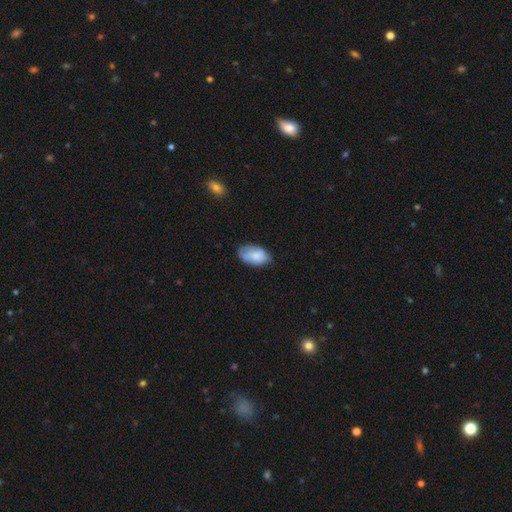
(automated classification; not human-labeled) A smooth galaxy with no disk features (79%) that is in between round and cigar-shaped (94%).

Vote fractions:
- Smooth or featured? smooth: 79% / featured or disk: 14% / star or artifact: 7%
- How rounded? in between: 94% / round: 5% / cigar-shaped: 2%
- Merging? none: 63% / minor disturbance: 29% / major disturbance: 6% / merger: 1%